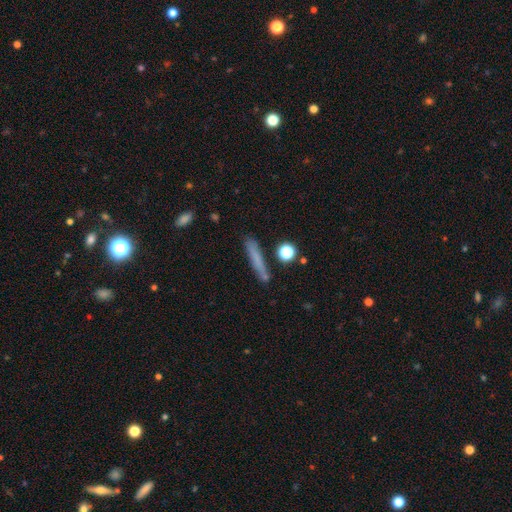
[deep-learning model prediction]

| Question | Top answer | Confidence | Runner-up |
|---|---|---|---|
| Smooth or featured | smooth | 67% | featured or disk (22%) |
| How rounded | cigar-shaped | 91% | in between (6%) |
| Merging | none | 81% | minor disturbance (12%) |